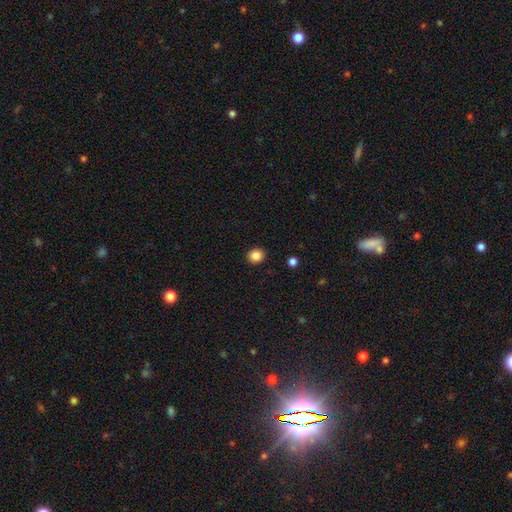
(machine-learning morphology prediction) smooth-or-featured: smooth: 86% | star or artifact: 10% | featured or disk: 4%
  how-rounded: round: 76% | in between: 23% | cigar-shaped: 1%
  merging: none: 92% | minor disturbance: 6% | major disturbance: 2% | merger: 1%